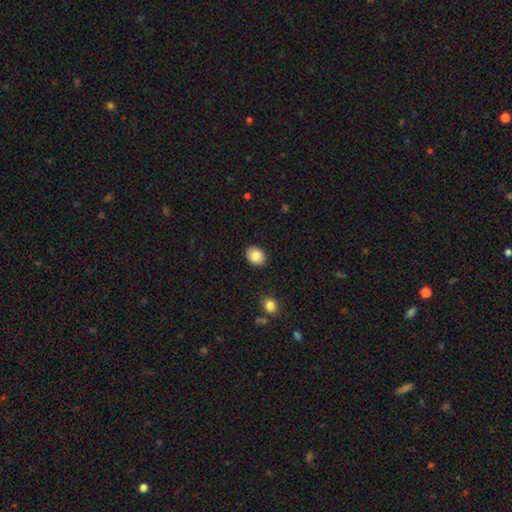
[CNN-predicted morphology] Smooth or featured? smooth (86%)
How rounded? in between (59%)
Merging? none (88%)